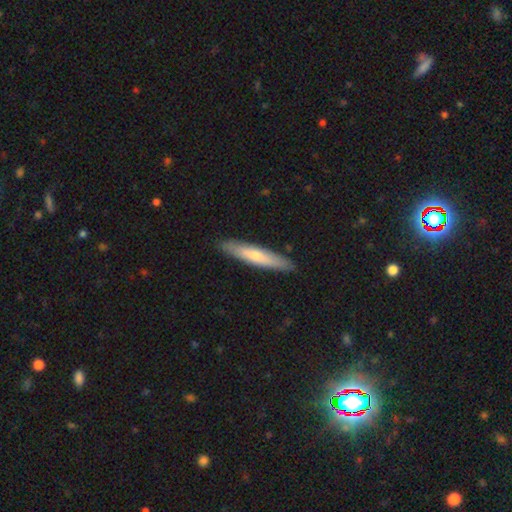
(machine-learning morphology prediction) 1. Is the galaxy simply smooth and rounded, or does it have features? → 60% smooth, 35% featured or disk, 5% star or artifact.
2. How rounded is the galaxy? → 89% cigar-shaped, 10% in between, 1% round.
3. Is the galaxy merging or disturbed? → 90% none, 7% minor disturbance, 1% major disturbance, 1% merger.